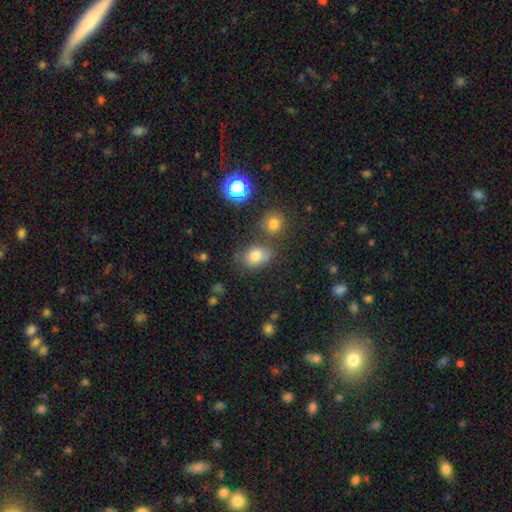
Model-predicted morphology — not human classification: This appears to be a smooth galaxy with no disk features (78%) that is in between round and cigar-shaped (66%). Merging: none (64%).